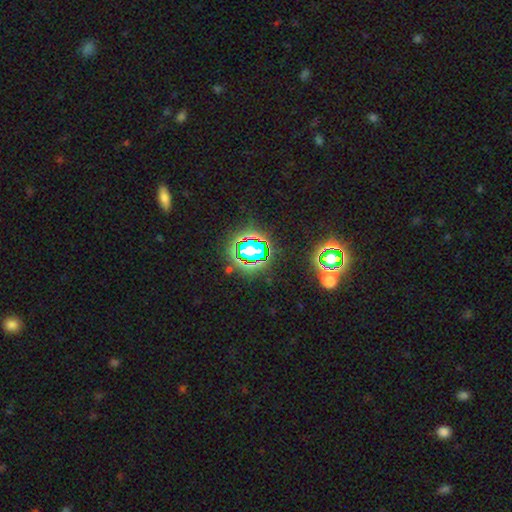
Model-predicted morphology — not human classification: Q: Smooth or featured?
A: star or artifact (75%); runner-up: smooth (16%)